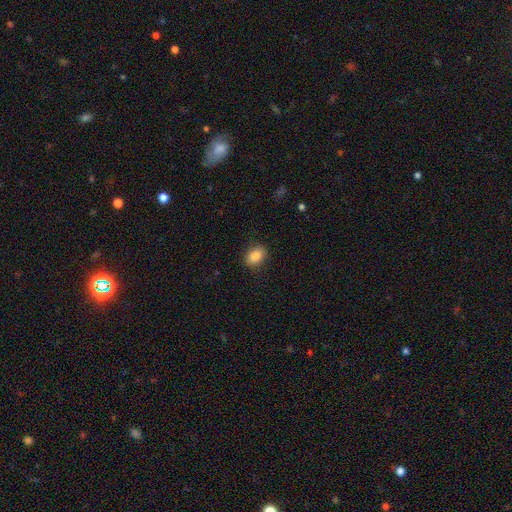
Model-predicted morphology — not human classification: Q: Smooth or featured?
A: smooth (86%); runner-up: star or artifact (9%)
Q: How rounded?
A: in between (77%); runner-up: round (21%)
Q: Merging?
A: none (85%); runner-up: minor disturbance (11%)